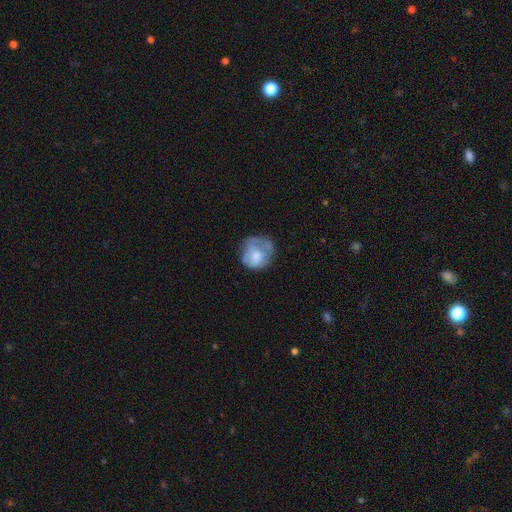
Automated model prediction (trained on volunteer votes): A smooth galaxy with no disk features (57%) that is round (71%). Merging: none (42%).